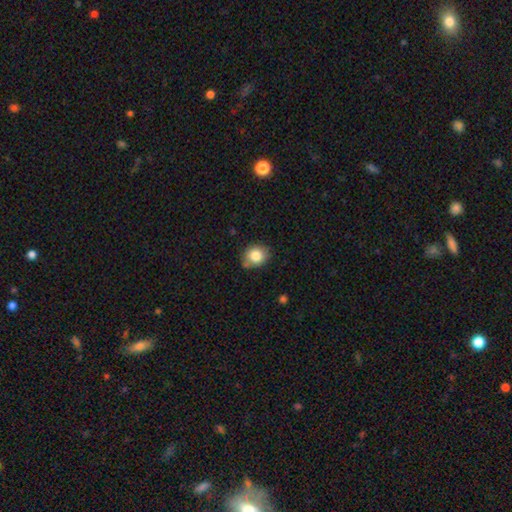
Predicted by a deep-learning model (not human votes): Q: Smooth or featured?
A: smooth (82%); runner-up: star or artifact (9%)
Q: How rounded?
A: round (68%); runner-up: in between (31%)
Q: Merging?
A: none (75%); runner-up: minor disturbance (17%)